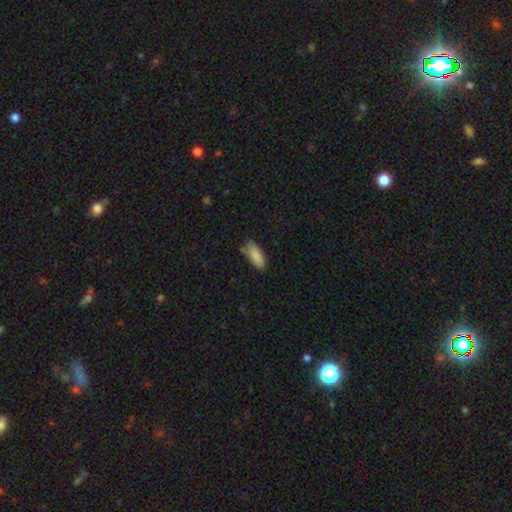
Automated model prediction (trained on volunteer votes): The model was most divided on "merging": none: 70%, minor disturbance: 23%, major disturbance: 4%, merger: 3%. More confident: smooth or featured — smooth (87%); how rounded — in between (84%).